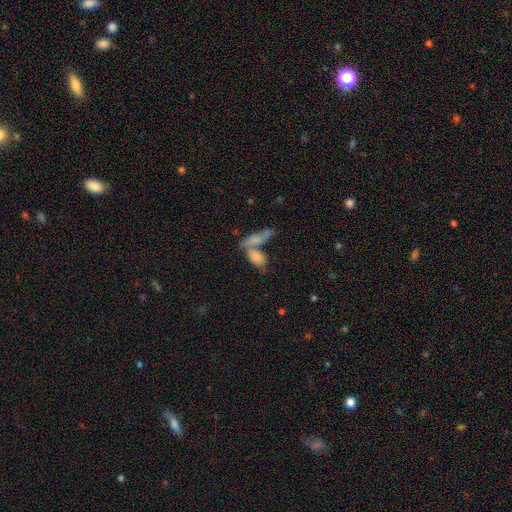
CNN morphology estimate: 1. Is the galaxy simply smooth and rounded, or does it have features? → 76% smooth, 16% featured or disk, 8% star or artifact.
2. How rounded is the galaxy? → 81% in between, 13% cigar-shaped, 6% round.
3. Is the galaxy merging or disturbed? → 60% merger, 26% none, 9% minor disturbance, 6% major disturbance.